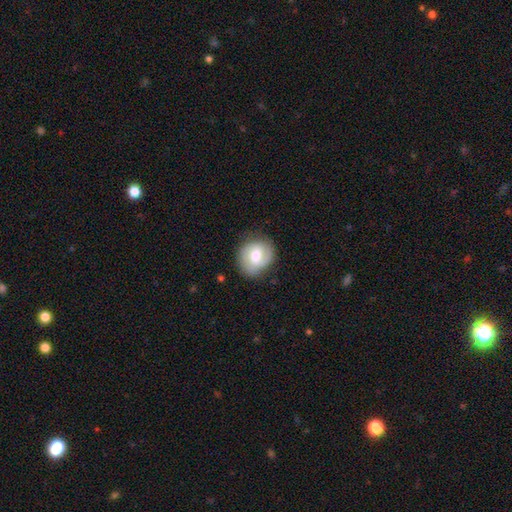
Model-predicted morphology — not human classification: A smooth galaxy with no disk features (47%).

Vote fractions:
- Smooth or featured? smooth: 47% / featured or disk: 46% / star or artifact: 7%
- Merging? none: 77% / minor disturbance: 17% / major disturbance: 5% / merger: 1%